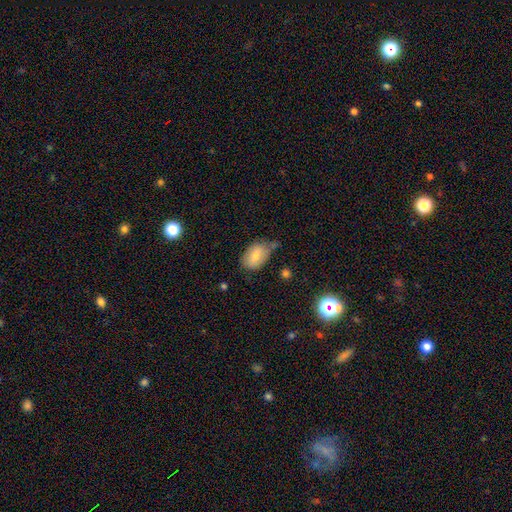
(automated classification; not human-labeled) Smooth or featured: smooth — 77% (featured or disk — 15%)
How rounded: in between — 85% (round — 13%)
Merging: none — 52% (minor disturbance — 31%)